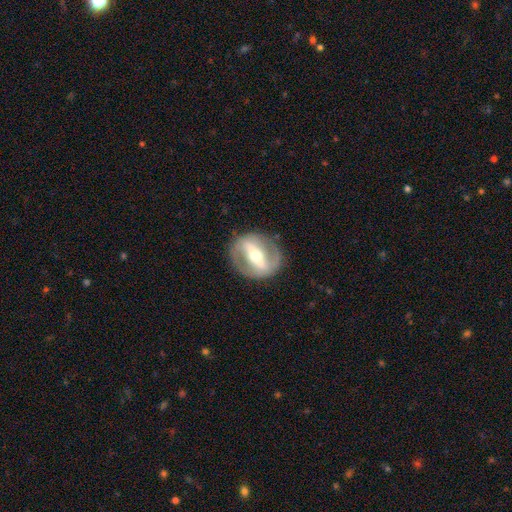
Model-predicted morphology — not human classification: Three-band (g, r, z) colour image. It shows a featured or disk galaxy (80%) with a strong bar (76%), spiral arms (54%) and a moderate central bulge (67%). Merging: none (84%).